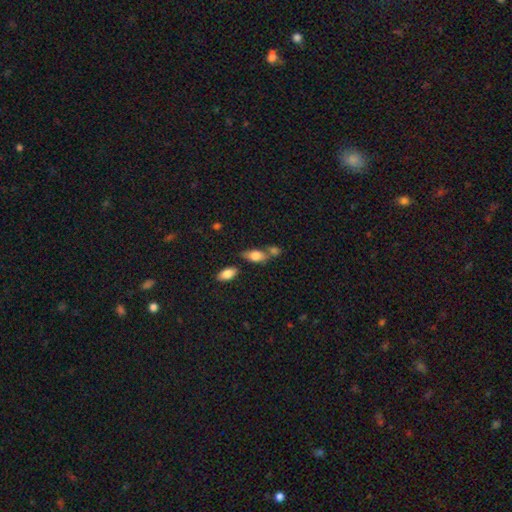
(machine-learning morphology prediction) This appears to be a smooth galaxy with no disk features (75%) that is in between round and cigar-shaped (83%). Merging: none (49%).